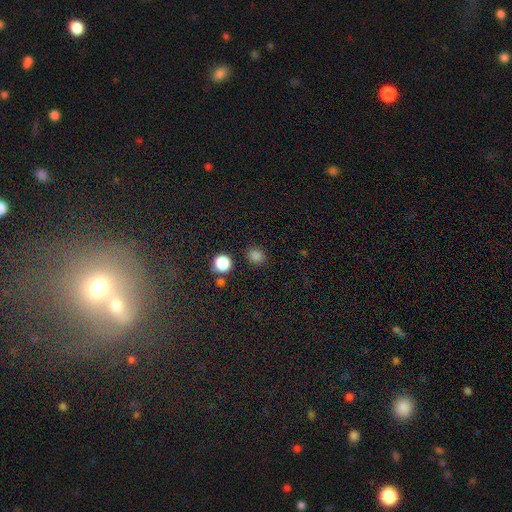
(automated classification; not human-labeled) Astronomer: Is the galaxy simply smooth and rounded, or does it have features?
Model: smooth — 81%.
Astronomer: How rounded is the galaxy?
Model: round — 73%.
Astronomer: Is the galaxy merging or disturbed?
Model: none — 83%.